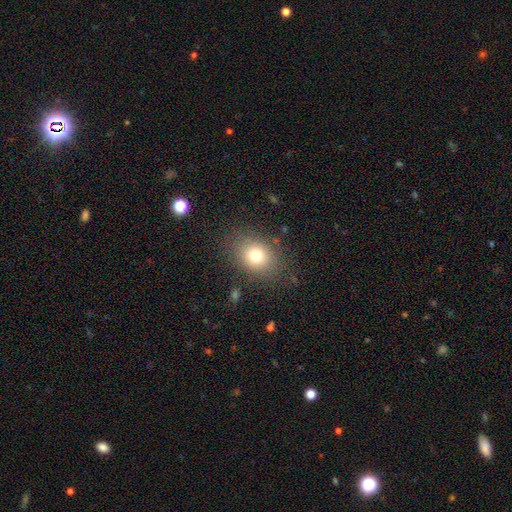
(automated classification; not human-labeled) A smooth galaxy with no disk features (75%) that is round (52%).

Vote fractions:
- Smooth or featured? smooth: 75% / star or artifact: 13% / featured or disk: 12%
- How rounded? round: 52% / in between: 47% / cigar-shaped: 1%
- Merging? none: 82% / minor disturbance: 11% / major disturbance: 5% / merger: 2%